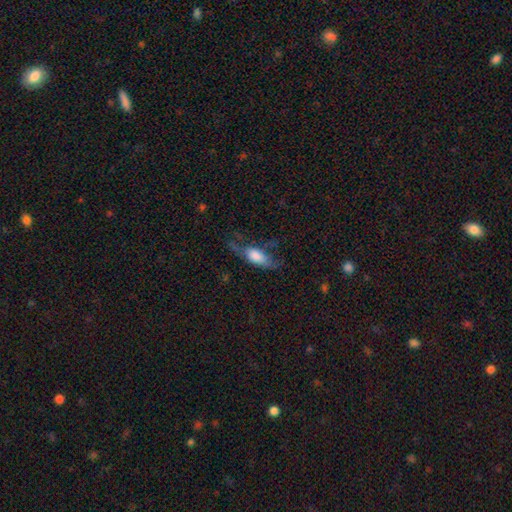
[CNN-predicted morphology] type=smooth (62%); roundness=in between (75%); merging=none (36%).